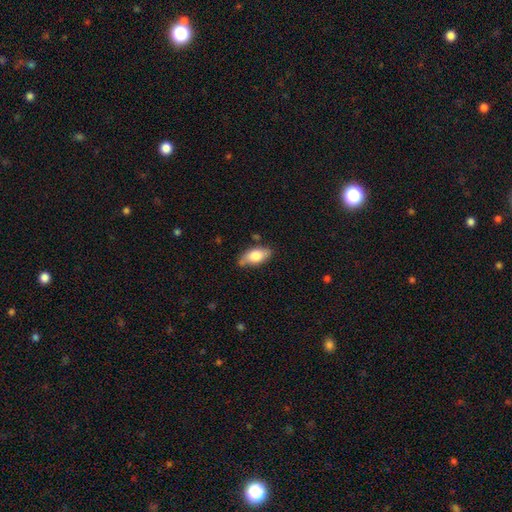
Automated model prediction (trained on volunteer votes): Q: Smooth or featured?
A: smooth (75%); runner-up: featured or disk (19%)
Q: How rounded?
A: in between (89%); runner-up: cigar-shaped (7%)
Q: Merging?
A: none (73%); runner-up: minor disturbance (20%)